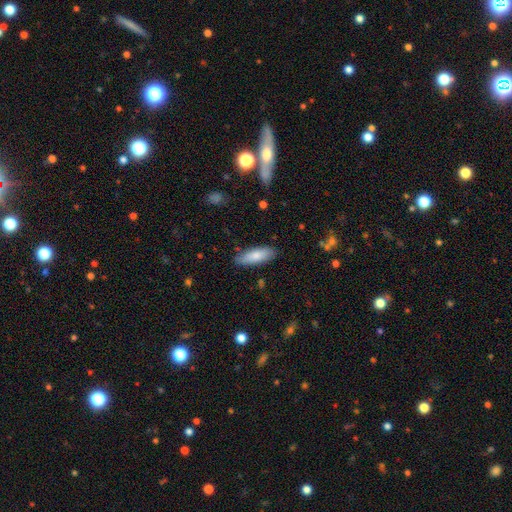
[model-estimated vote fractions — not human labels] A smooth galaxy with no disk features (80%) that is in between round and cigar-shaped (63%). Merging: none (85%).